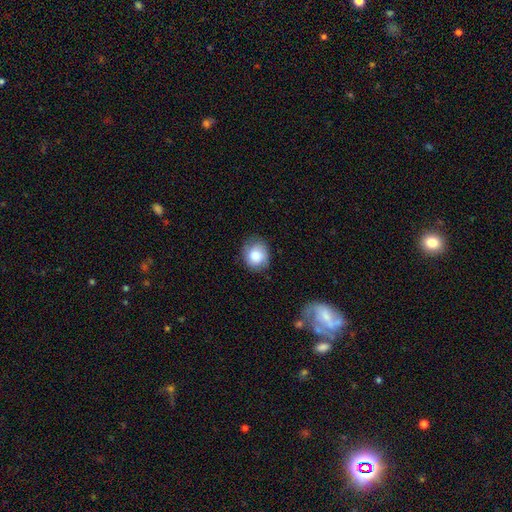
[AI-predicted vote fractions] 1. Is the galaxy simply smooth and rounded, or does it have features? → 82% smooth, 10% featured or disk, 8% star or artifact.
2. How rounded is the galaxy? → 73% round, 26% in between, 1% cigar-shaped.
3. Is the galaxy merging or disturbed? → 75% none, 19% minor disturbance, 4% major disturbance, 1% merger.